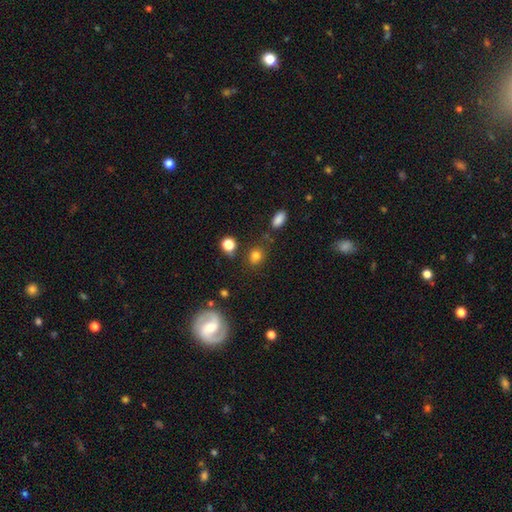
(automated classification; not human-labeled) Smooth or featured: smooth — 79% (star or artifact — 14%)
How rounded: round — 68% (in between — 31%)
Merging: none — 76% (minor disturbance — 14%)